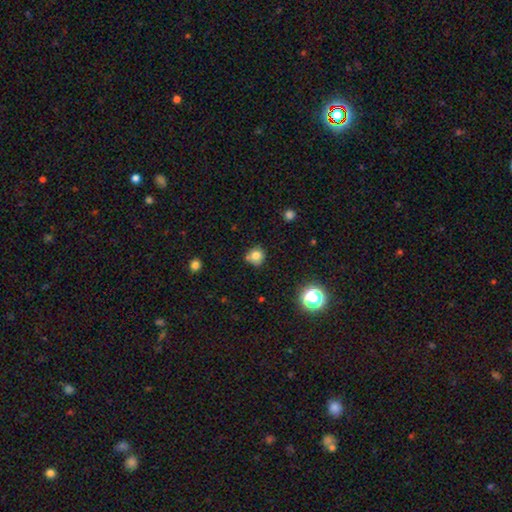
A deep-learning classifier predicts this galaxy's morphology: Smooth or featured? smooth (78%)
How rounded? round (87%)
Merging? none (68%)